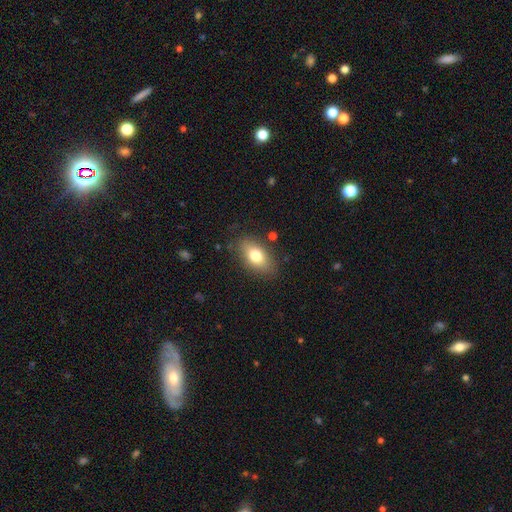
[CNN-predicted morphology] A smooth galaxy with no disk features (76%) that is in between round and cigar-shaped (88%).

Vote fractions:
- Smooth or featured? smooth: 76% / featured or disk: 16% / star or artifact: 8%
- How rounded? in between: 88% / round: 8% / cigar-shaped: 4%
- Merging? none: 82% / minor disturbance: 12% / major disturbance: 4% / merger: 2%